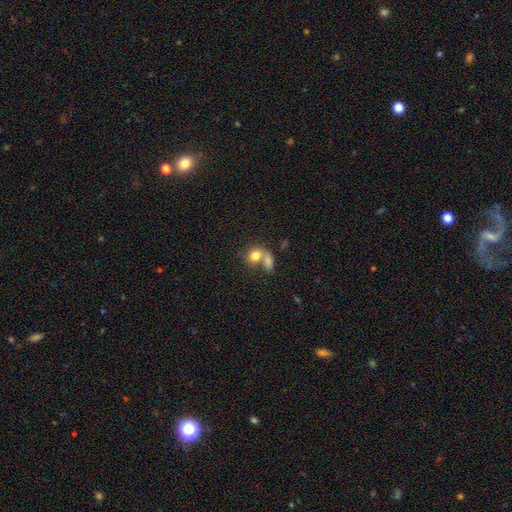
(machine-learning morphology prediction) smooth_or_featured: smooth (p=0.79) [alt: featured or disk p=0.12]
how_rounded: round (p=0.61) [alt: in between p=0.38]
merging: merger (p=0.56) [alt: none p=0.30]